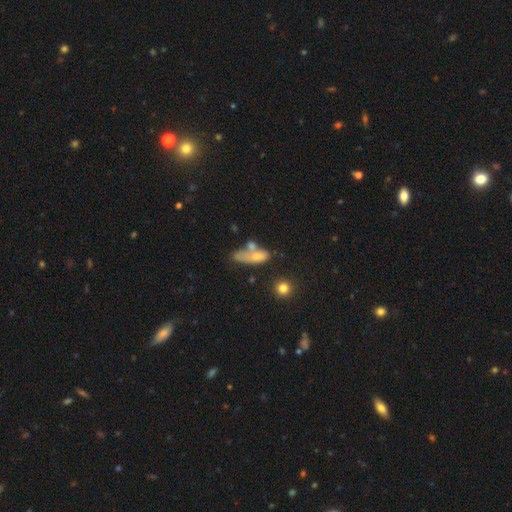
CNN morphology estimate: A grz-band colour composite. It shows a smooth galaxy with no disk features (62%) that is in between round and cigar-shaped (63%). Merging: merger (33%).